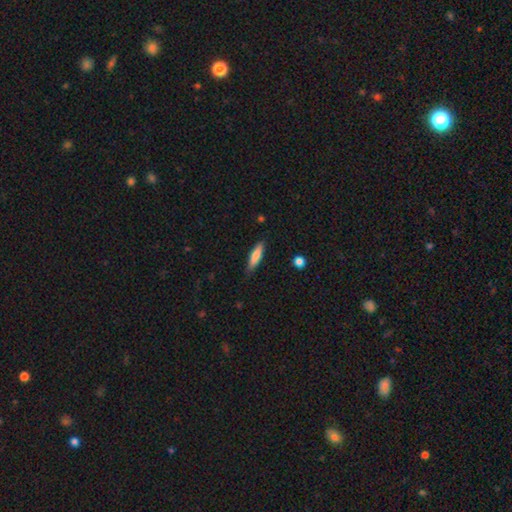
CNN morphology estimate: Smooth or featured? smooth (78%)
How rounded? cigar-shaped (74%)
Merging? none (84%)